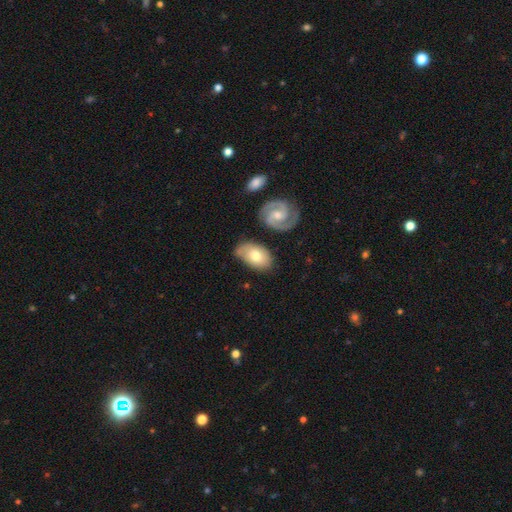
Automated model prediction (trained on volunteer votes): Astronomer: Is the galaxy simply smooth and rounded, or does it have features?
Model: smooth — 58% (runner-up: featured or disk, 37%).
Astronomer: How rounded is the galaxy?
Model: in between — 89%.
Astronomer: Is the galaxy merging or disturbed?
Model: none — 63%.